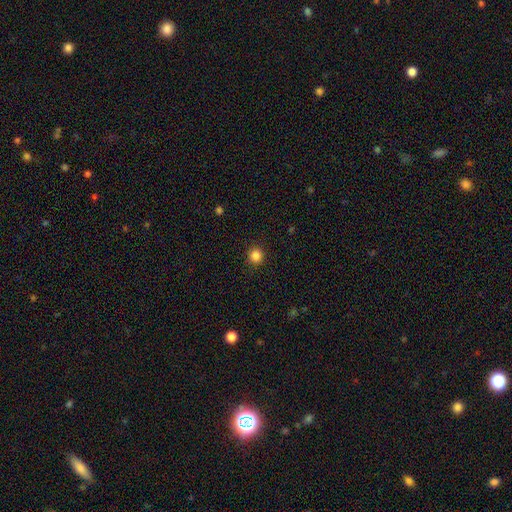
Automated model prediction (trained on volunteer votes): Q: Smooth or featured?
A: smooth (85%); runner-up: star or artifact (12%)
Q: How rounded?
A: round (93%); runner-up: in between (6%)
Q: Merging?
A: none (91%); runner-up: minor disturbance (6%)